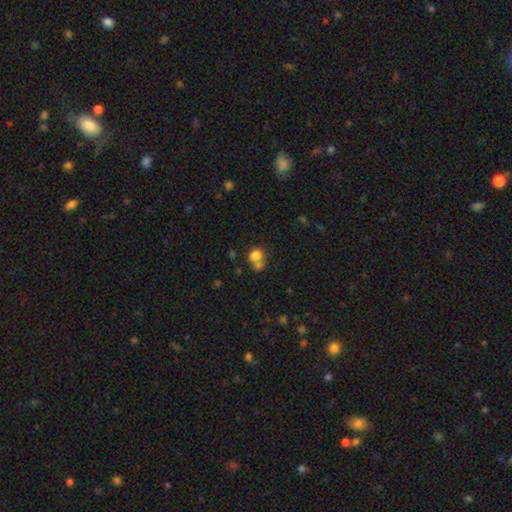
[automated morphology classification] Smooth or featured? Predicted: smooth (p=0.79). How rounded? Predicted: round (p=0.72). Merging? Predicted: merger (p=0.43, tied with none).